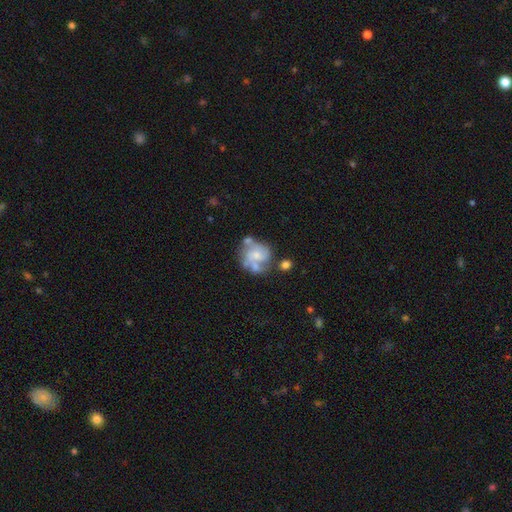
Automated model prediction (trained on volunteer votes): smooth-or-featured: featured or disk: 63% | smooth: 30% | star or artifact: 8%
  disk-edge-on: no: 98% | yes: 2%
    bar: no: 73% | weak: 23% | strong: 4%
    has-spiral-arms: yes: 62% | no: 38%
    bulge-size: small: 46% | moderate: 38% | none: 12% | large: 4% | dominant: 1%
  merging: none: 40% | merger: 22% | minor disturbance: 21% | major disturbance: 17%